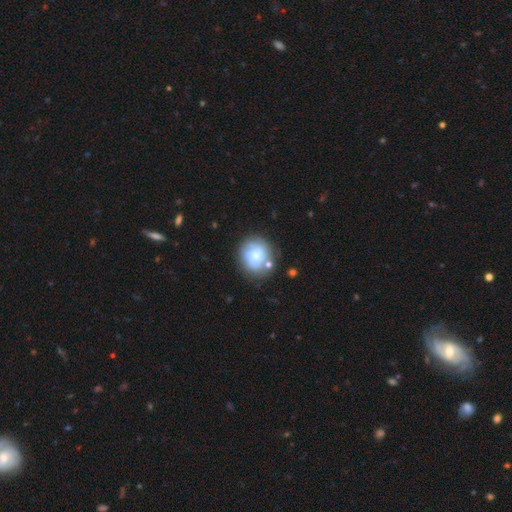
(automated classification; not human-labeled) The model was most divided on "smooth or featured": smooth: 51%, featured or disk: 40%, star or artifact: 9%. More confident: how rounded — round (80%); merging — none (65%).